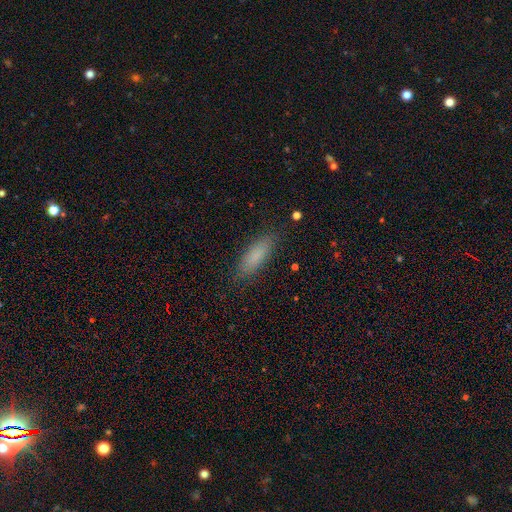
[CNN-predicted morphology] Smooth or featured? Predicted: smooth (p=0.82). How rounded? Predicted: in between (p=0.50). Merging? Predicted: none (p=0.85).